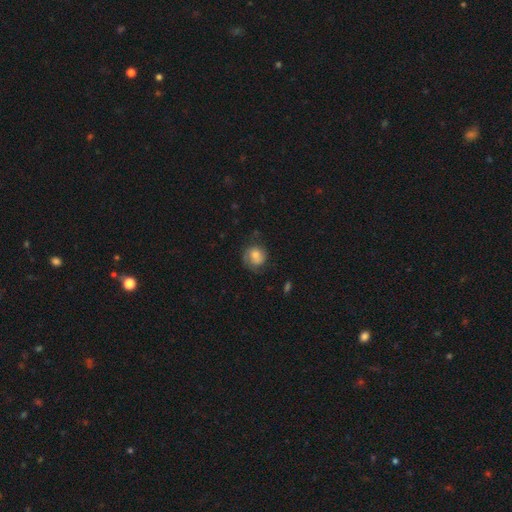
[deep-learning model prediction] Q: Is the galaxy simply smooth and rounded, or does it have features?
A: smooth — 57%.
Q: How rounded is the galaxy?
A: round — 78%.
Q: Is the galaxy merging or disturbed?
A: none — 61%.